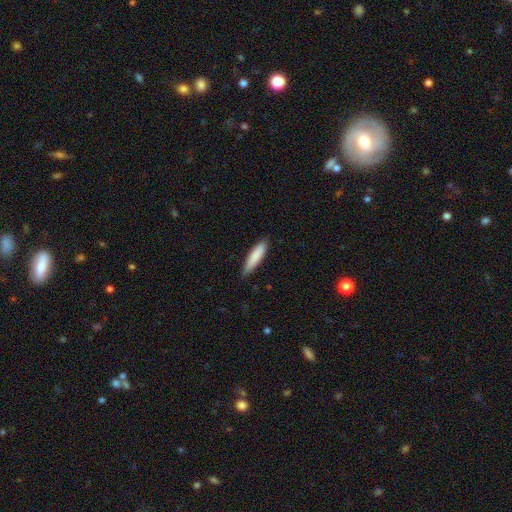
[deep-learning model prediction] Smooth or featured: smooth — 84% (featured or disk — 10%)
How rounded: cigar-shaped — 77% (in between — 22%)
Merging: none — 81% (minor disturbance — 16%)